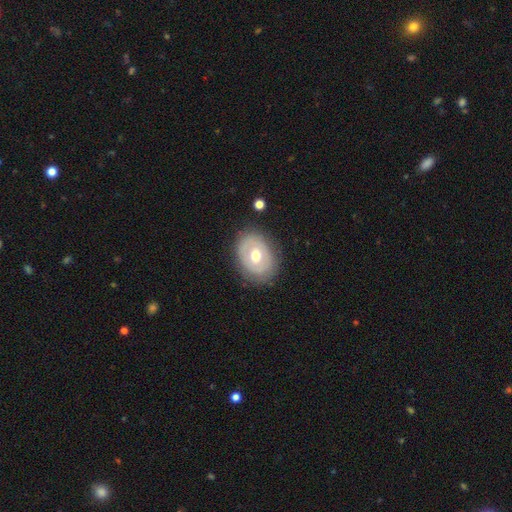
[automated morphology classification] A featured or disk galaxy (47%, tied with smooth).

Vote fractions:
- Smooth or featured? featured or disk: 47% (tied) / smooth: 47% (tied) / star or artifact: 7%
- Merging? none: 79% / minor disturbance: 14% / major disturbance: 5% / merger: 1%